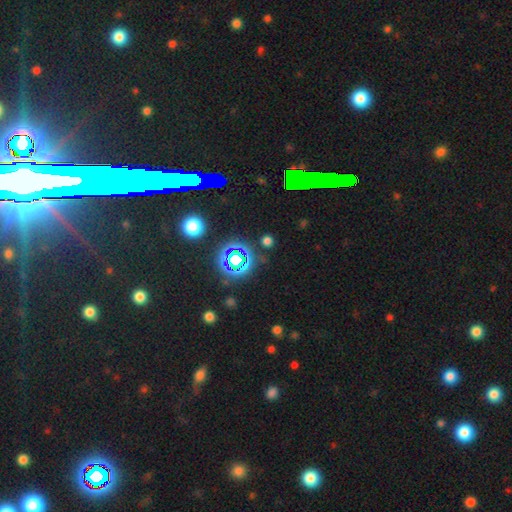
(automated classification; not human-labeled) star or artifact 70%, smooth 17%, featured or disk 13%.